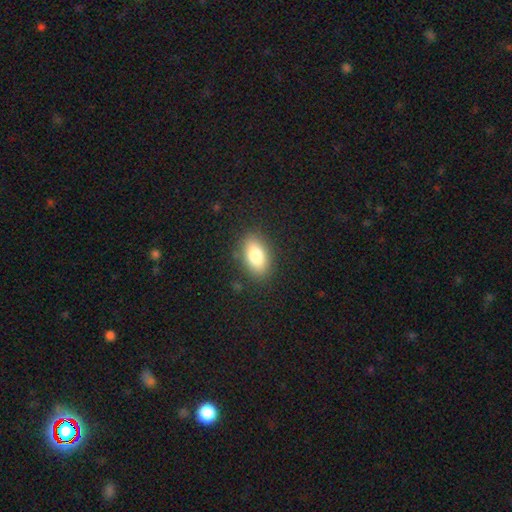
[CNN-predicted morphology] Q: Smooth or featured?
A: smooth (81%); runner-up: featured or disk (11%)
Q: How rounded?
A: in between (90%); runner-up: round (7%)
Q: Merging?
A: none (85%); runner-up: minor disturbance (11%)